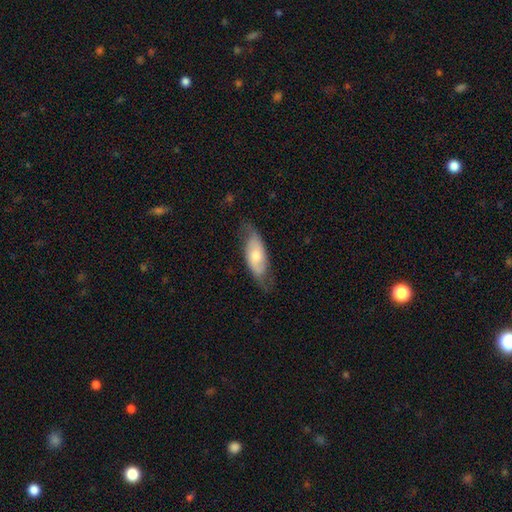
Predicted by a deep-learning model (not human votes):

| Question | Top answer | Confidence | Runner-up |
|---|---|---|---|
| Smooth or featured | smooth | 47% | featured or disk (46%) |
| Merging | none | 63% | minor disturbance (26%) |